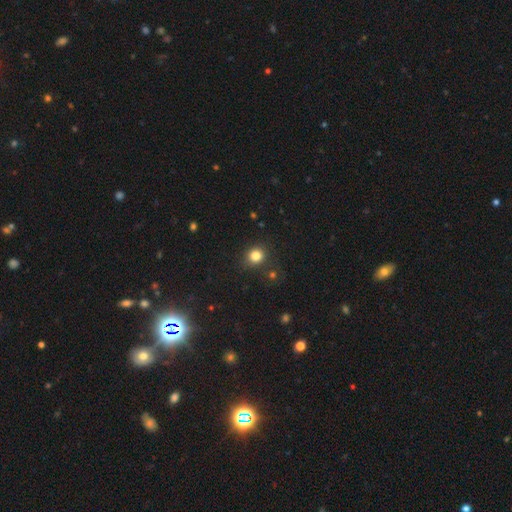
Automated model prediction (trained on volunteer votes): A smooth galaxy with no disk features (82%) that is round (83%). Merging: none (85%).